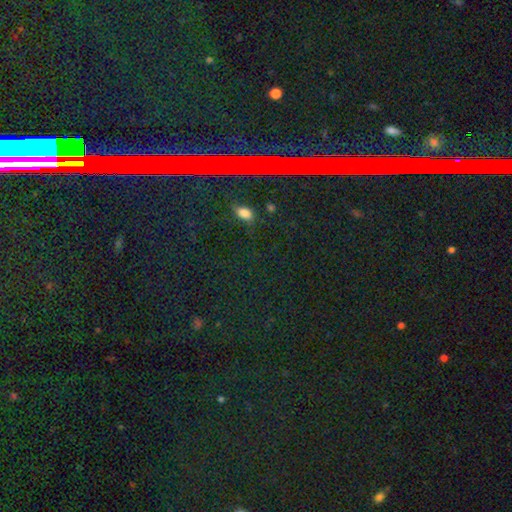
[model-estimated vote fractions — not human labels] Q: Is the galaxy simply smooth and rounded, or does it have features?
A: star or artifact — 86%.